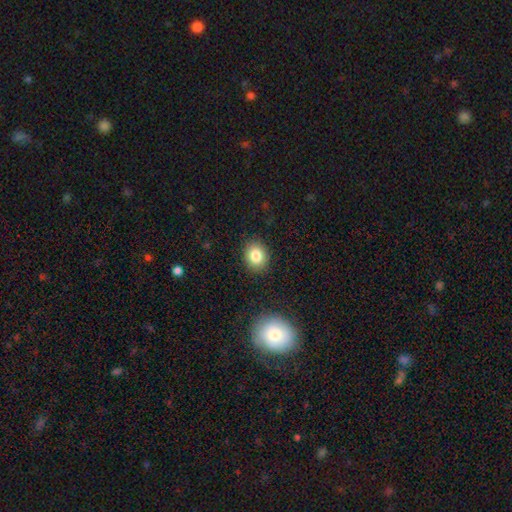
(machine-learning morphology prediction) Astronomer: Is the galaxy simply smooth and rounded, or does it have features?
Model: smooth — 82%.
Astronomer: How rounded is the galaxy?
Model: round — 58% (runner-up: in between, 41%).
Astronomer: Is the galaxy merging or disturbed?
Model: none — 88%.